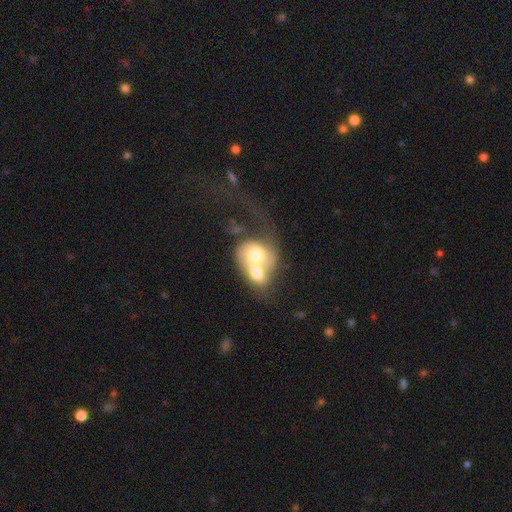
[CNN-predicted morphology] Smooth or featured? Predicted: smooth (p=0.48). Merging? Predicted: merger (p=0.79).